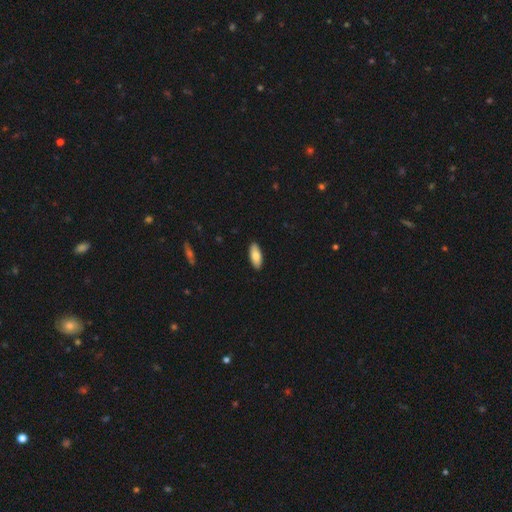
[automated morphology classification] This appears to be a smooth galaxy with no disk features (82%) that is in between round and cigar-shaped (81%). Merging: none (90%).